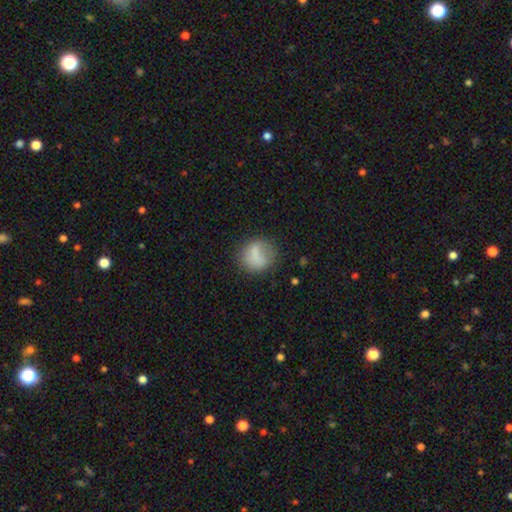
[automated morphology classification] smooth 75%, featured or disk 16%, star or artifact 9%. Down the decision tree: how rounded — round (79%); merging — none (59%).